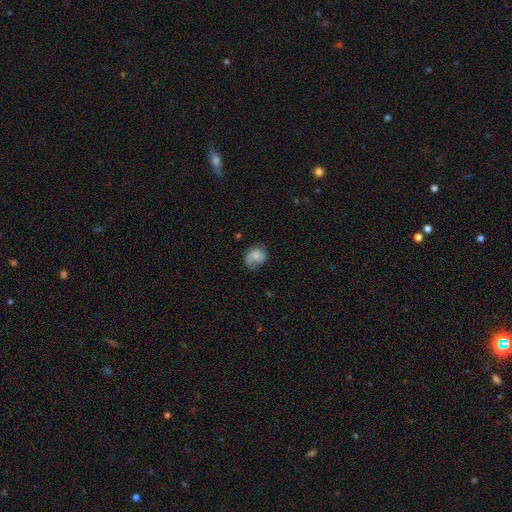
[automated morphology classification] The model was most divided on "how rounded": round: 54%, in between: 45%, cigar-shaped: 1%. Remaining: smooth or featured — smooth (59%); merging — none (48%).